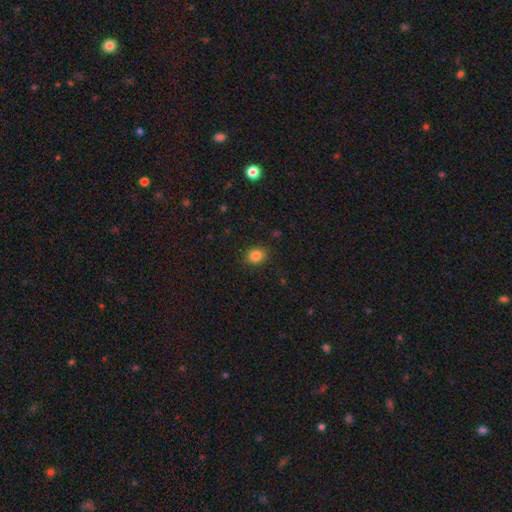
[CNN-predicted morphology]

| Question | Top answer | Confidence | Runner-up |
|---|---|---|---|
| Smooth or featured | smooth | 84% | star or artifact (11%) |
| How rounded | round | 57% | in between (42%) |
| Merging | none | 88% | minor disturbance (9%) |